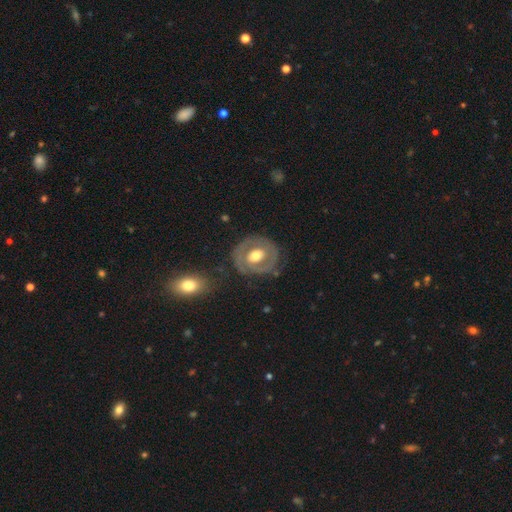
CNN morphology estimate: smooth-or-featured: featured or disk: 66% | smooth: 27% | star or artifact: 7%
  disk-edge-on: no: 95% | yes: 5%
    bar: no: 57% | weak: 30% | strong: 14%
    has-spiral-arms: no: 59% | yes: 41%
    bulge-size: moderate: 69% | large: 22% | small: 7% | dominant: 2% | none: 1%
  merging: none: 77% | minor disturbance: 14% | major disturbance: 6% | merger: 3%